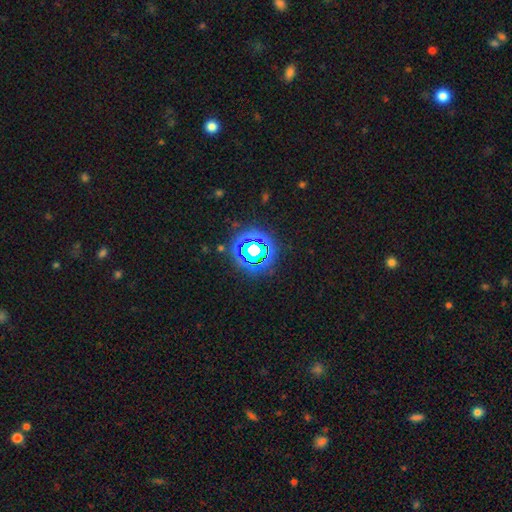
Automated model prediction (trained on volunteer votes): This appears to be a star or artifact, not a galaxy (69%).